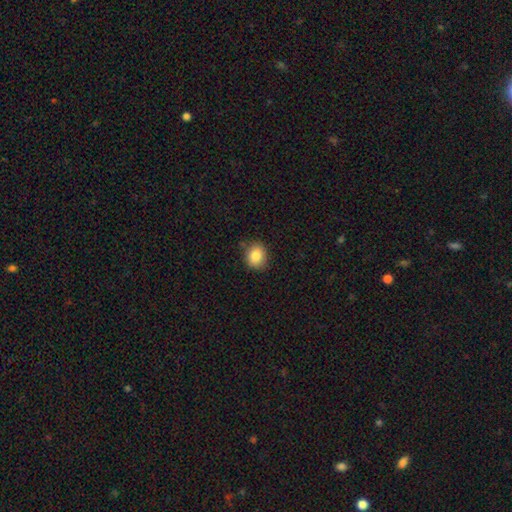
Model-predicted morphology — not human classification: This appears to be a smooth galaxy with no disk features (84%) that is round (65%). Merging: none (81%).